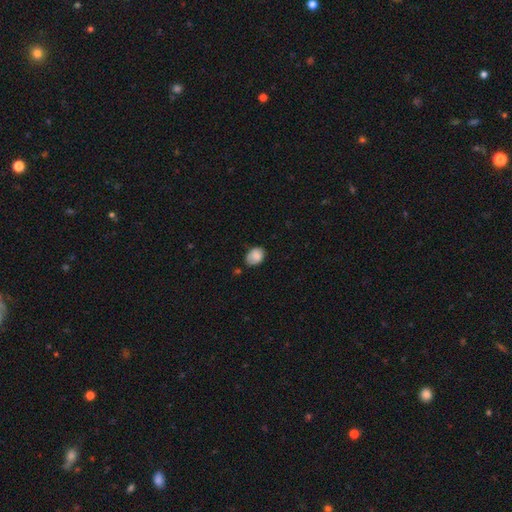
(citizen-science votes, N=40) Smooth or featured? smooth (85%)
How rounded? in between (91%)
Merging? none (81%)